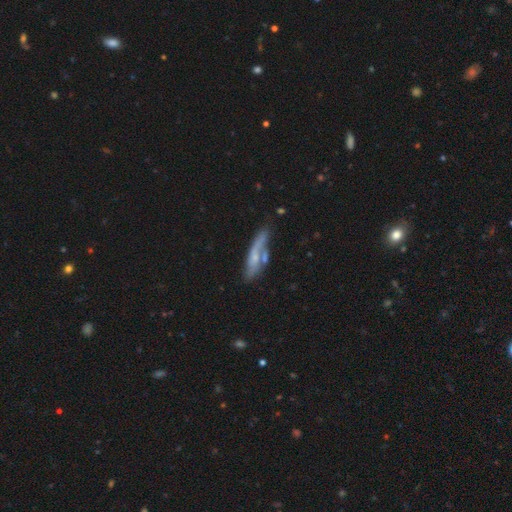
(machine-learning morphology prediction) A featured or disk galaxy (50%).

Vote fractions:
- Smooth or featured? featured or disk: 50% / smooth: 43% / star or artifact: 8%
- Merging? none: 48% / minor disturbance: 22% / merger: 19% / major disturbance: 11%